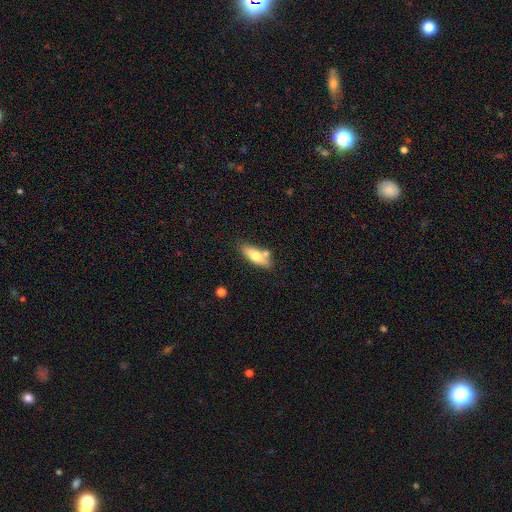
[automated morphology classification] Smooth or featured: smooth — 62% (featured or disk — 32%)
How rounded: in between — 62% (cigar-shaped — 35%)
Merging: none — 66% (merger — 15%)